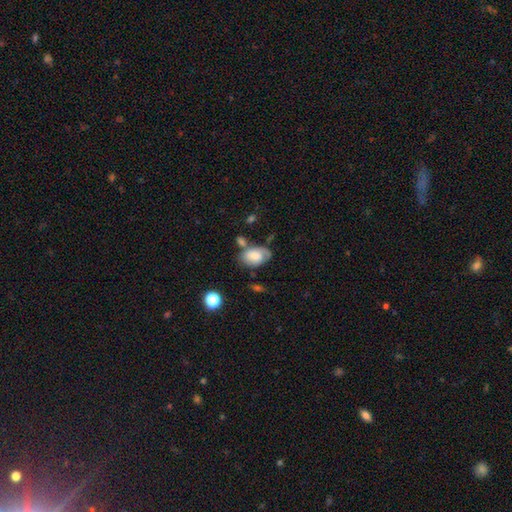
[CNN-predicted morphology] Overall: smooth (66%; featured or disk 26%). How rounded: in between (89%). Merging: none (48%; minor disturbance 27%).